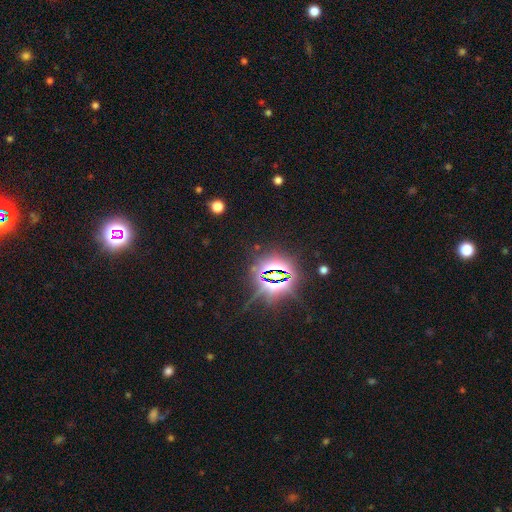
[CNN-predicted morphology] Smooth or featured? Predicted: star or artifact (p=0.81).